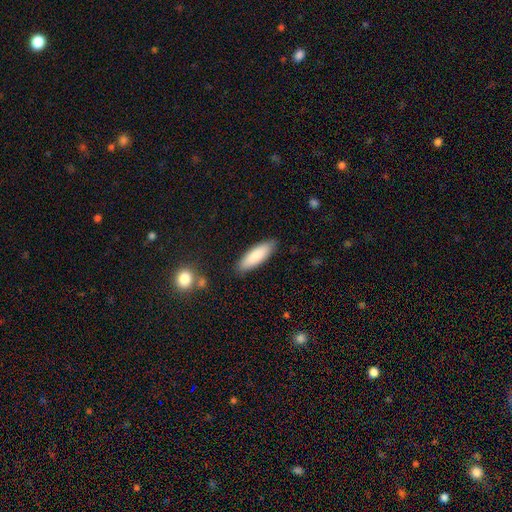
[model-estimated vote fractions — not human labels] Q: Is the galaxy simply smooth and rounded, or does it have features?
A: smooth — 86%.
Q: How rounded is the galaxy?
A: in between — 49%, tied with cigar-shaped.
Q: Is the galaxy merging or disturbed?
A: none — 87%.